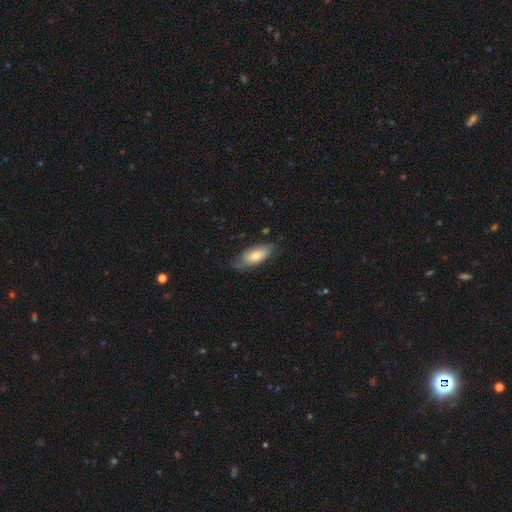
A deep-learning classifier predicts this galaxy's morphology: smooth 68%, featured or disk 26%, star or artifact 6%. Down the decision tree: how rounded — in between (83%); merging — none (61%).